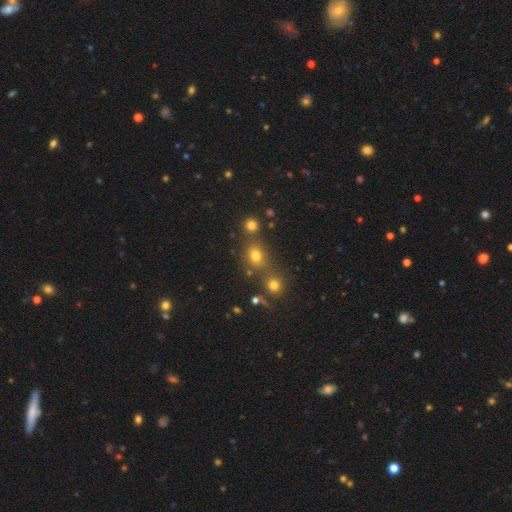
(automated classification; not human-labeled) Morphology: type=smooth (67%); roundness=round (73%); merging=none (59%).